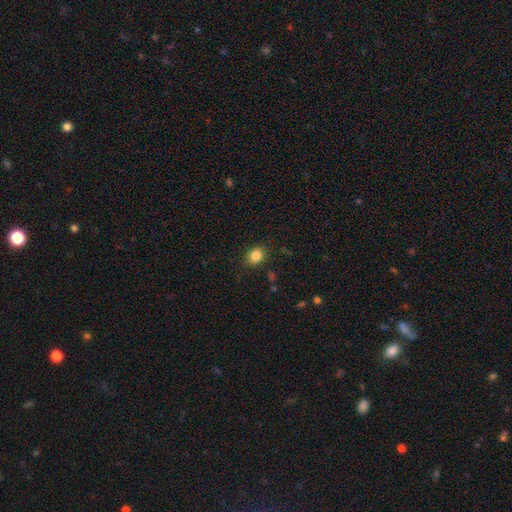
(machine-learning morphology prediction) Smooth or featured? smooth (84%)
How rounded? round (50%)
Merging? none (87%)